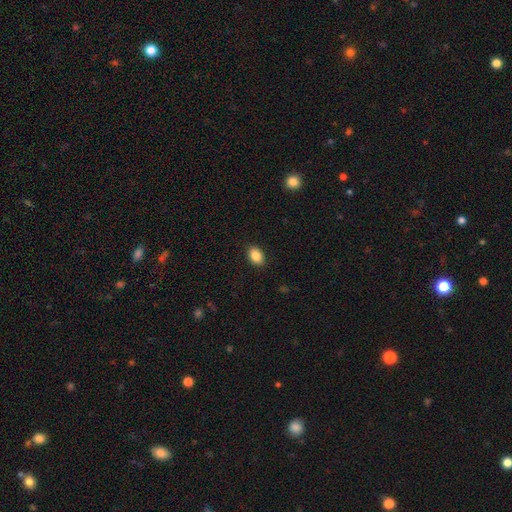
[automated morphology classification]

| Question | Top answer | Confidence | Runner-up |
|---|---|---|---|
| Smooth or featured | smooth | 87% | star or artifact (8%) |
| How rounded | in between | 83% | round (16%) |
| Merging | none | 90% | minor disturbance (7%) |